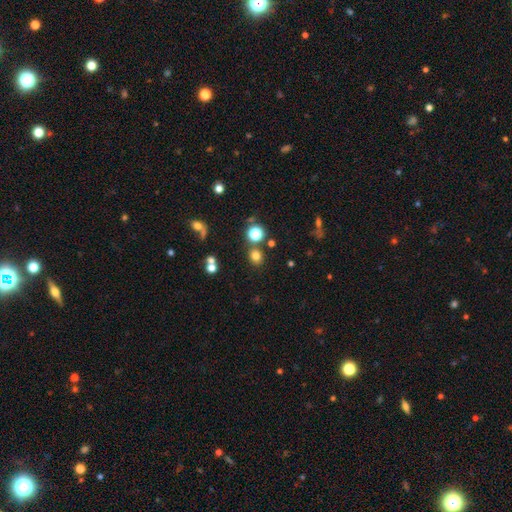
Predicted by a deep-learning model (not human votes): This appears to be a smooth galaxy with no disk features (75%) that is round (79%). Merging: none (78%).